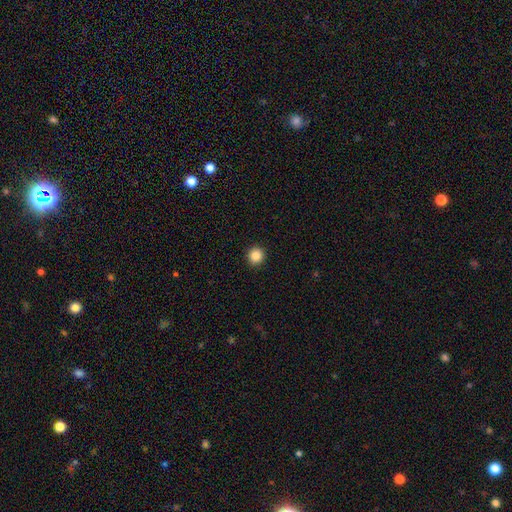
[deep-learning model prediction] Smooth or featured? Predicted: smooth (p=0.86). How rounded? Predicted: round (p=0.94). Merging? Predicted: none (p=0.93).